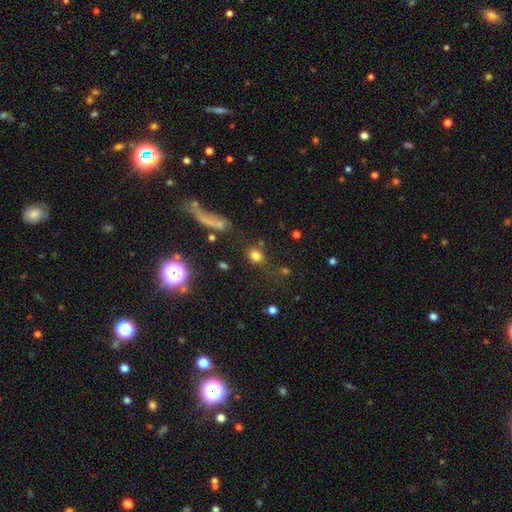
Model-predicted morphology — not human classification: Smooth or featured? Predicted: smooth (p=0.76). How rounded? Predicted: round (p=0.72). Merging? Predicted: none (p=0.69).